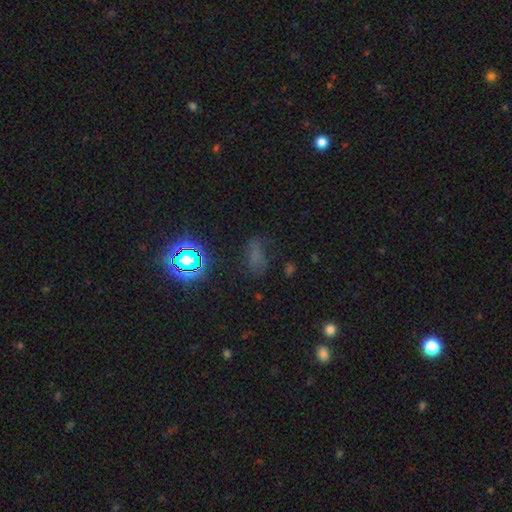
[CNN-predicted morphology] A smooth galaxy with no disk features (49%).

Vote fractions:
- Smooth or featured? smooth: 49% / star or artifact: 39% / featured or disk: 12%
- Merging? none: 60% / minor disturbance: 23% / major disturbance: 13% / merger: 4%